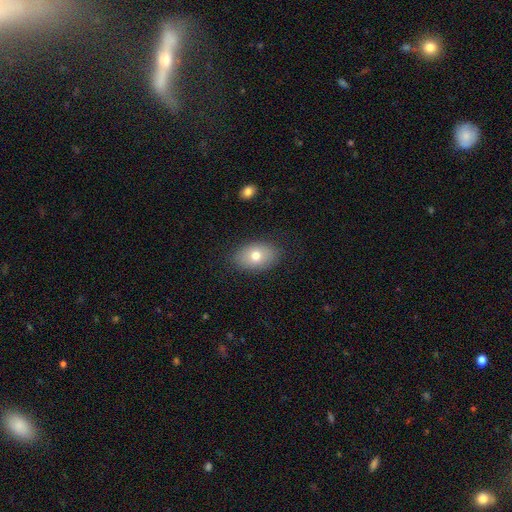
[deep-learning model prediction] smooth 74%, featured or disk 17%, star or artifact 8%. Down the decision tree: how rounded — in between (85%); merging — none (86%).